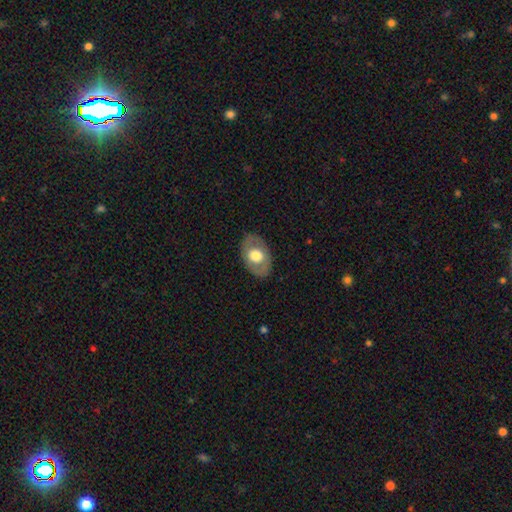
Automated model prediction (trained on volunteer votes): A smooth galaxy with no disk features (56%) that is in between round and cigar-shaped (83%).

Vote fractions:
- Smooth or featured? smooth: 56% / featured or disk: 39% / star or artifact: 5%
- How rounded? in between: 83% / round: 16% / cigar-shaped: 1%
- Merging? none: 84% / minor disturbance: 12% / major disturbance: 4% / merger: 1%